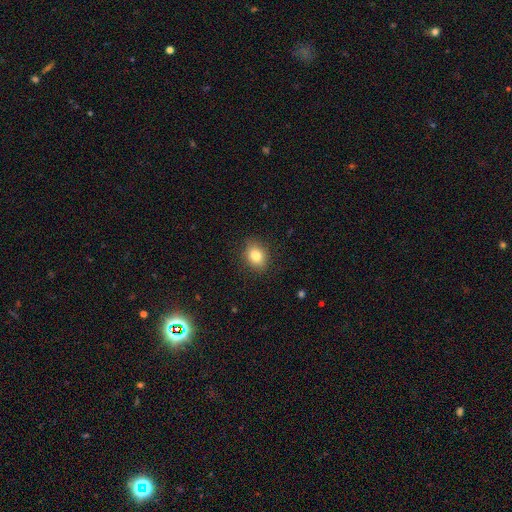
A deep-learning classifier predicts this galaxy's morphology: Smooth or featured? Predicted: smooth (p=0.82). How rounded? Predicted: in between (p=0.59). Merging? Predicted: none (p=0.87).